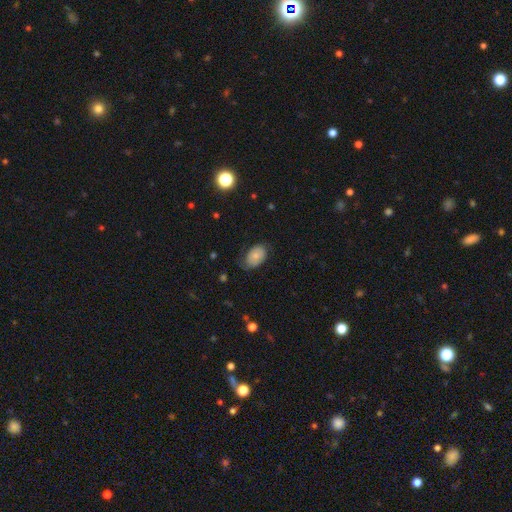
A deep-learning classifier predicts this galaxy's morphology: A smooth galaxy with no disk features (72%) that is in between round and cigar-shaped (88%). Merging: none (63%).